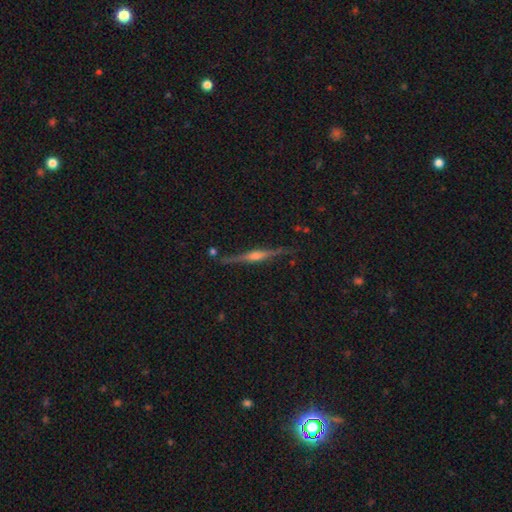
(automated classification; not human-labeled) The model was most divided on "edge-on bulge": rounded: 81%, boxy: 13%, none: 6%. More confident: edge-on disk — yes (98%); merging — none (86%); smooth or featured — featured or disk (82%).